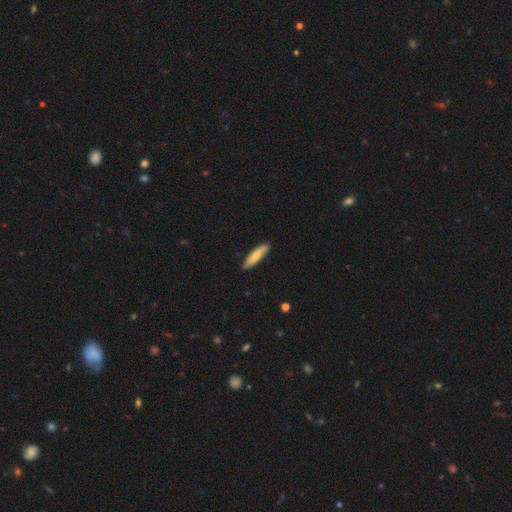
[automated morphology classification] Smooth or featured? smooth (71%)
How rounded? cigar-shaped (76%)
Merging? none (89%)